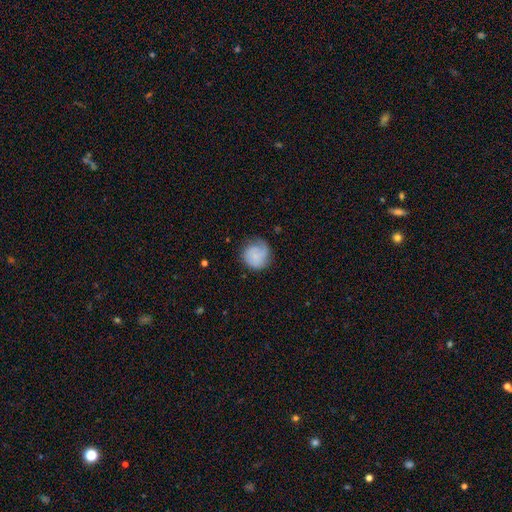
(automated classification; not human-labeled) Smooth or featured: smooth — 64% (featured or disk — 29%)
How rounded: round — 88% (in between — 11%)
Merging: none — 62% (minor disturbance — 25%)